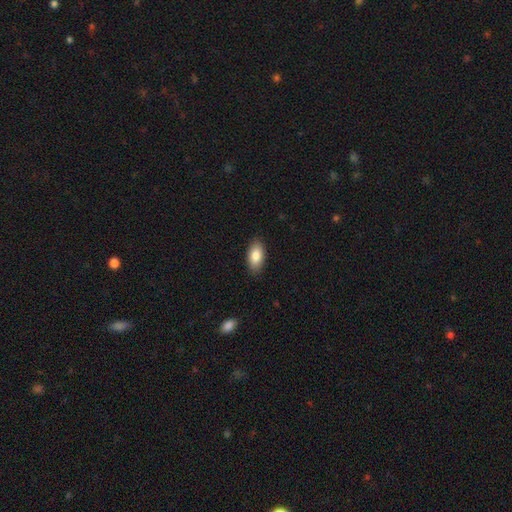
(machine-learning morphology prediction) Smooth or featured? Predicted: smooth (p=0.84). How rounded? Predicted: in between (p=0.92). Merging? Predicted: none (p=0.88).